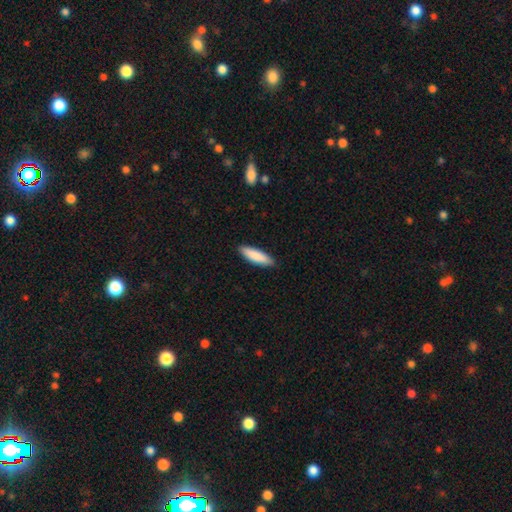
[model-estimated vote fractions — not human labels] Smooth or featured? Predicted: smooth (p=0.88). How rounded? Predicted: cigar-shaped (p=0.58). Merging? Predicted: none (p=0.89).